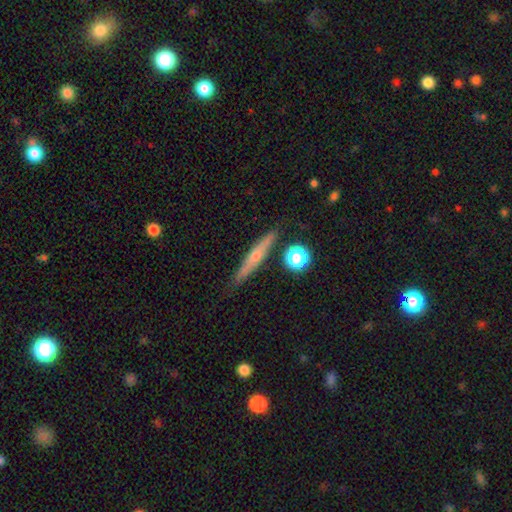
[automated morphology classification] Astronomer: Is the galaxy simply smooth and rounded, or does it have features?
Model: featured or disk — 53% (runner-up: smooth, 39%).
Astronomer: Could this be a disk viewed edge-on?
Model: yes — 95%.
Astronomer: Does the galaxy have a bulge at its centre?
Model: rounded — 71%.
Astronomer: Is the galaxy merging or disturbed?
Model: none — 86%.